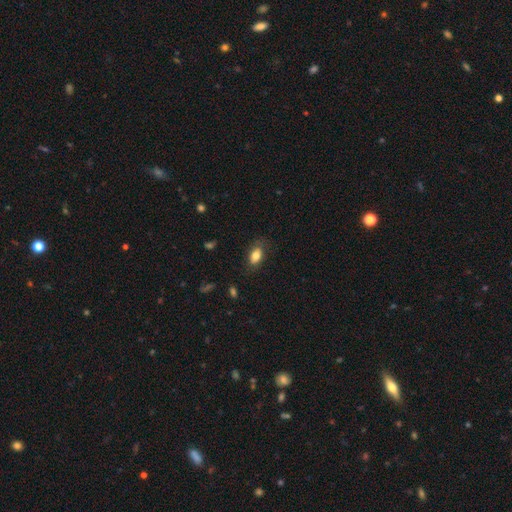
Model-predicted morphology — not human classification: Smooth or featured? Predicted: smooth (p=0.82). How rounded? Predicted: in between (p=0.89). Merging? Predicted: none (p=0.76).